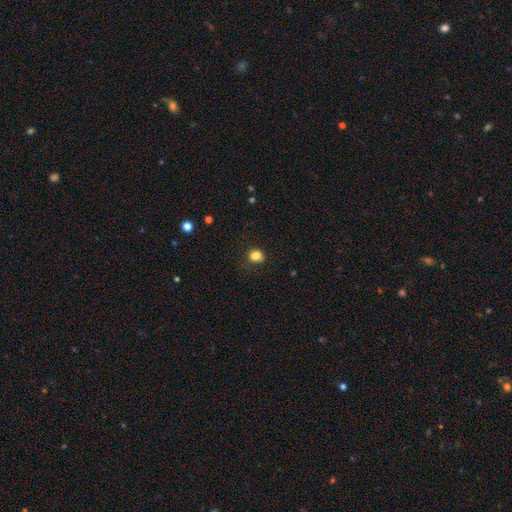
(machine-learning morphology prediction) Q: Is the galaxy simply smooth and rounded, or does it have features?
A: smooth — 84%.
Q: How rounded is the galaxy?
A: round — 61%.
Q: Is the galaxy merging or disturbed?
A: none — 75%.